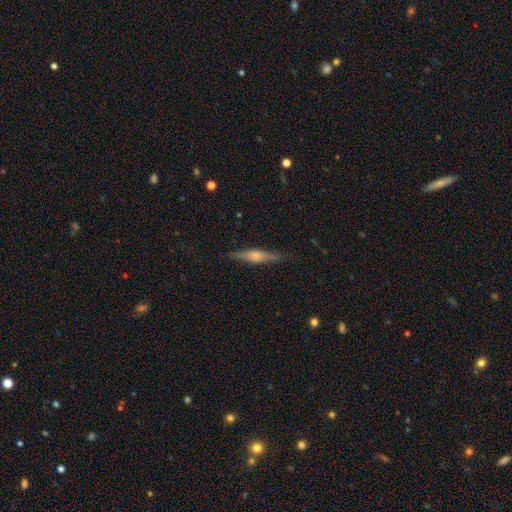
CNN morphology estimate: A featured or disk galaxy (67%) viewed edge-on (97%) with a rounded central bulge (79%).

Vote fractions:
- Smooth or featured? featured or disk: 67% / smooth: 26% / star or artifact: 7%
- Edge-on disk? yes: 97% / no: 3%
- Edge-on bulge? rounded: 79% / boxy: 15% / none: 6%
- Merging? none: 88% / minor disturbance: 9% / major disturbance: 2% / merger: 1%